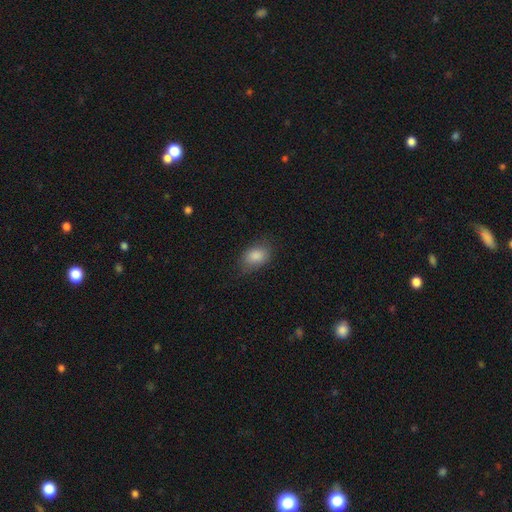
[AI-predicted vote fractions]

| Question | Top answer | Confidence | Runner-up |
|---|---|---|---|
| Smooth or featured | smooth | 85% | star or artifact (9%) |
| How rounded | in between | 79% | round (20%) |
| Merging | none | 74% | minor disturbance (20%) |